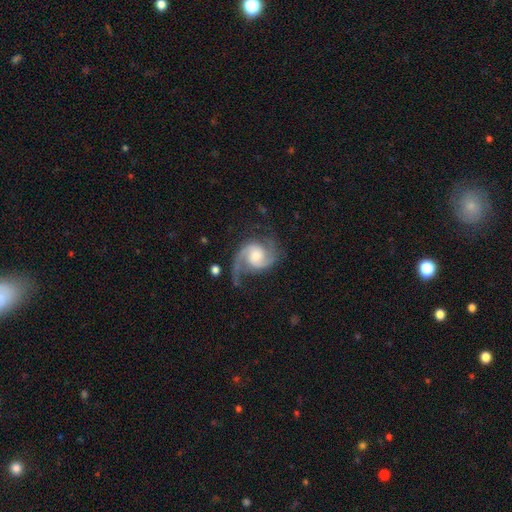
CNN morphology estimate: Smooth or featured: featured or disk — 90% (smooth — 5%)
Edge-on disk: no — 98% (yes — 2%)
Bar: no — 56% (weak — 37%)
Spiral arms: yes — 98% (no — 2%)
Spiral winding: medium — 54% (loose — 29%)
Spiral arm count: 2 — 89% (1 — 4%)
Bulge size: moderate — 53% (small — 26%)
Merging: none — 66% (minor disturbance — 19%)